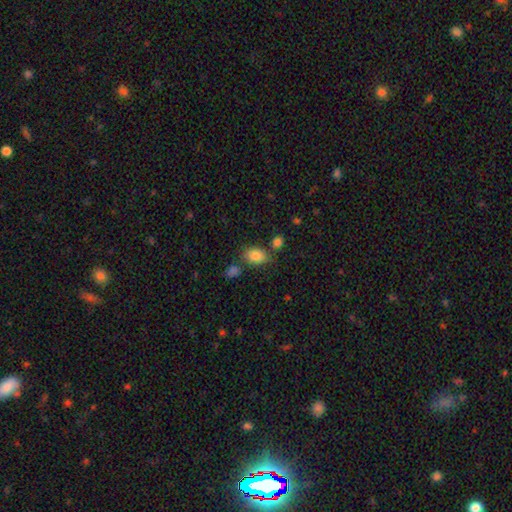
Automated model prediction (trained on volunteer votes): Smooth or featured: smooth — 84% (star or artifact — 9%)
How rounded: in between — 82% (round — 16%)
Merging: none — 69% (minor disturbance — 15%)